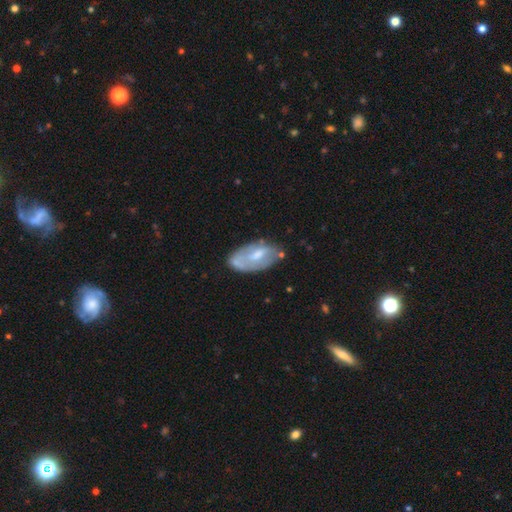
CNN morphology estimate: Smooth or featured: featured or disk — 50% (smooth — 44%)
Merging: none — 52% (minor disturbance — 28%)